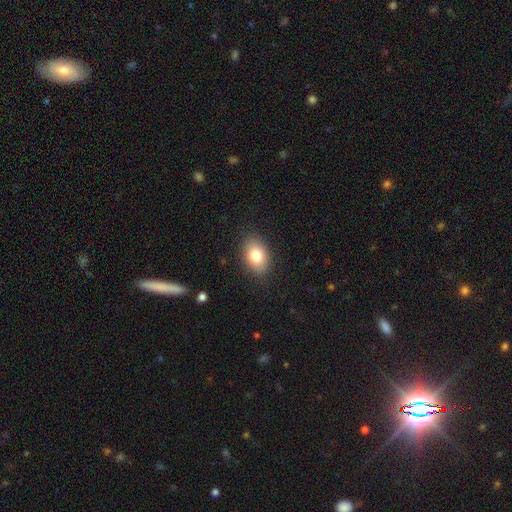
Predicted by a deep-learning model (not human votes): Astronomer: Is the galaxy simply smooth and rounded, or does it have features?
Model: smooth — 81%.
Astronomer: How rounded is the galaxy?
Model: in between — 83%.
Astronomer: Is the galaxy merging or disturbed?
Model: none — 86%.